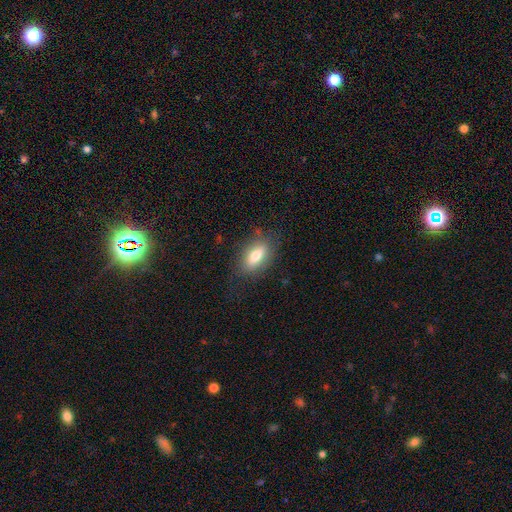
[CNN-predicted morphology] The model was most divided on "smooth or featured": smooth: 70%, featured or disk: 22%, star or artifact: 8%. More confident: how rounded — in between (81%); merging — none (79%).